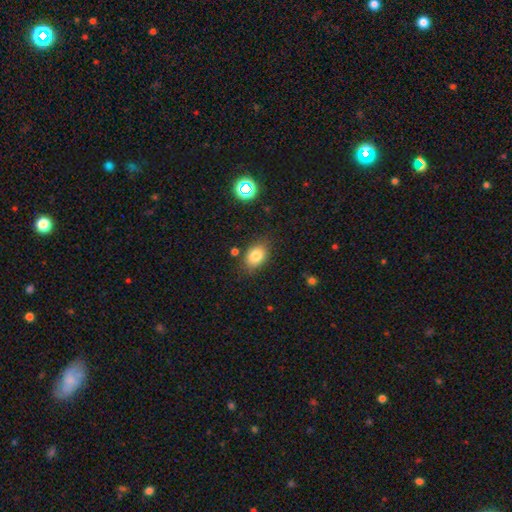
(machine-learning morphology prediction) Overall: smooth (82%). How rounded: in between (76%). Merging: none (80%).